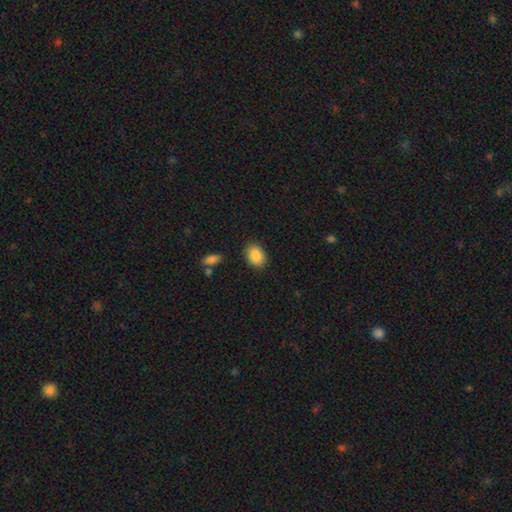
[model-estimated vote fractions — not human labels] Smooth or featured? smooth (89%)
How rounded? in between (75%)
Merging? none (86%)